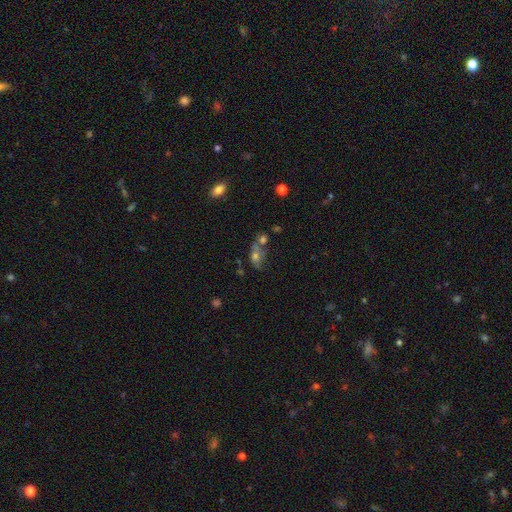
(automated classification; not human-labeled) A smooth galaxy with no disk features (52%) that is in between round and cigar-shaped (72%). Merging: none (38%).